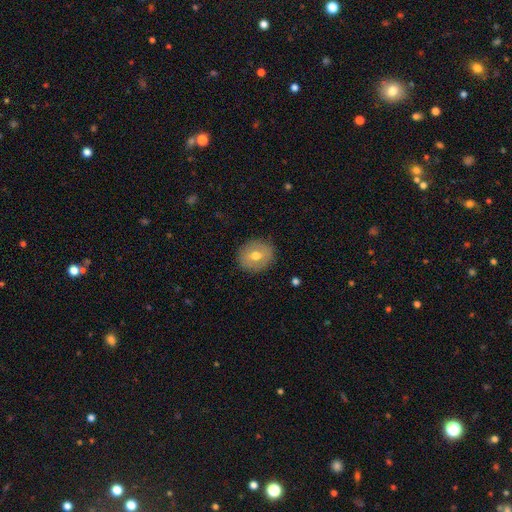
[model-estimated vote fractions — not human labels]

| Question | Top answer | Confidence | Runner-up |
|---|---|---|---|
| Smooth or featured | smooth | 63% | featured or disk (30%) |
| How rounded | round | 71% | in between (28%) |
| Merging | none | 86% | minor disturbance (11%) |